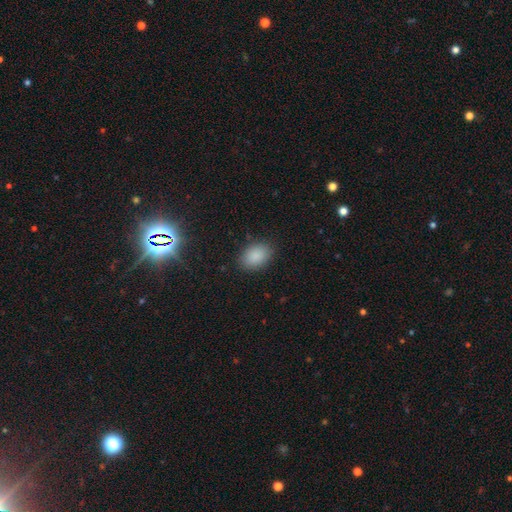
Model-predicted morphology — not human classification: Overall: smooth (88%). How rounded: in between (79%). Merging: none (86%).